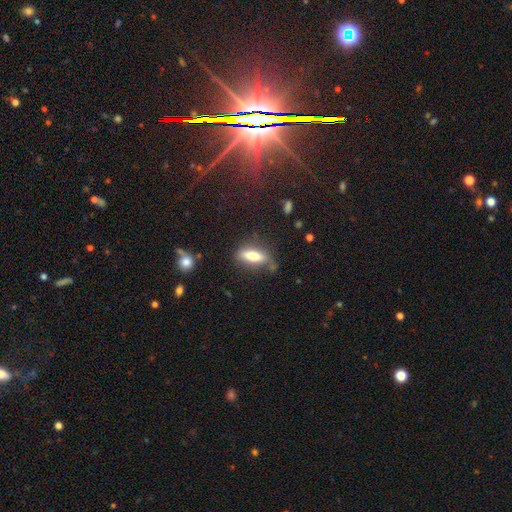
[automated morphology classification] Overall: smooth (68%). How rounded: in between (57%; cigar-shaped 40%). Merging: none (65%).